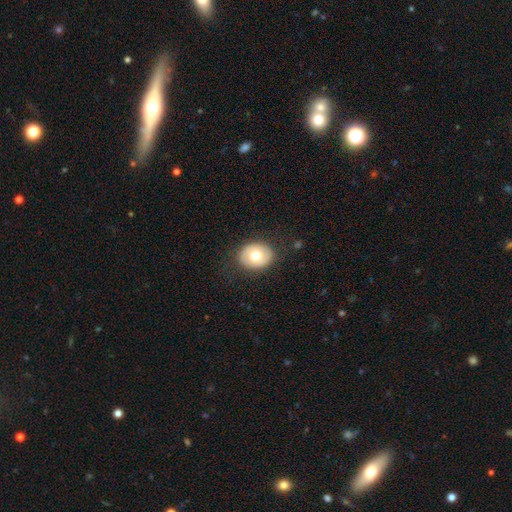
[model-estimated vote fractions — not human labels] Smooth or featured?
  - smooth: 67% *
  - featured or disk: 25%
  - star or artifact: 7%
How rounded?
  - in between: 52% *
  - round: 47%
  - cigar-shaped: 1%
Merging?
  - none: 84% *
  - minor disturbance: 11%
  - major disturbance: 4%
  - merger: 1%